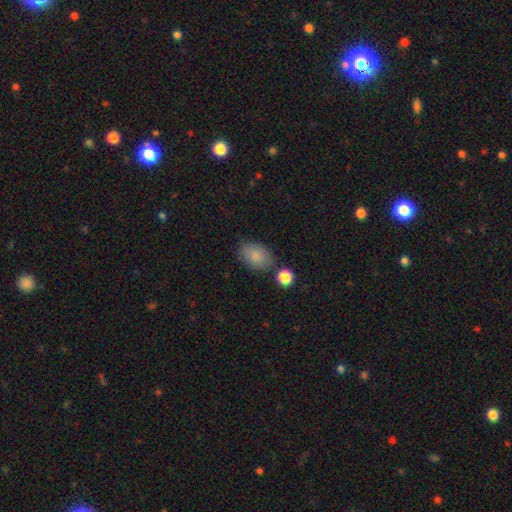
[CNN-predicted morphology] This is clearly a smooth galaxy (85%). How rounded: clearly in between (85%). Merging: likely none (75%).